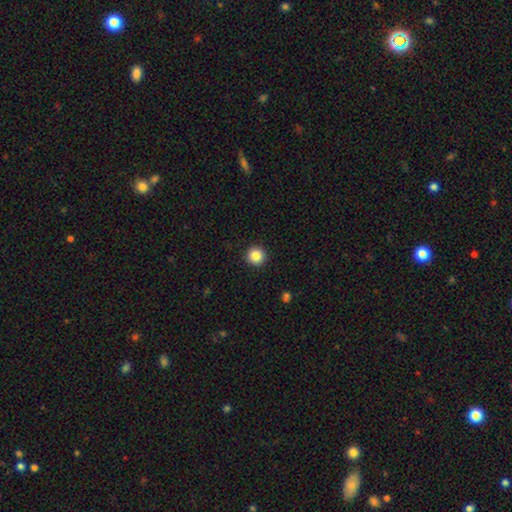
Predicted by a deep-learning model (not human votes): A smooth galaxy with no disk features (86%) that is round (96%). Merging: none (93%).